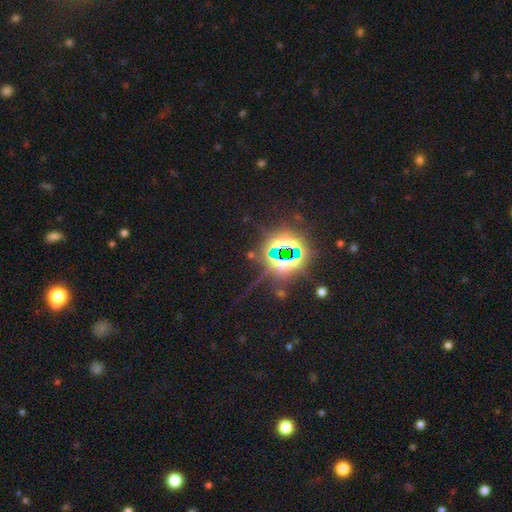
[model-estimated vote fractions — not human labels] star or artifact 81%, featured or disk 10%, smooth 9%.